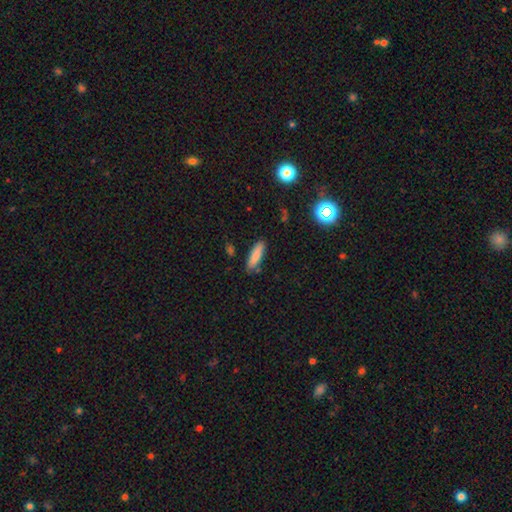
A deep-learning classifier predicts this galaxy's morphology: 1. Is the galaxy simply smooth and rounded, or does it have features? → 82% smooth, 10% featured or disk, 8% star or artifact.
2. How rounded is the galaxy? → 60% cigar-shaped, 38% in between, 2% round.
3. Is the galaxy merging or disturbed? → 83% none, 11% minor disturbance, 3% merger, 2% major disturbance.